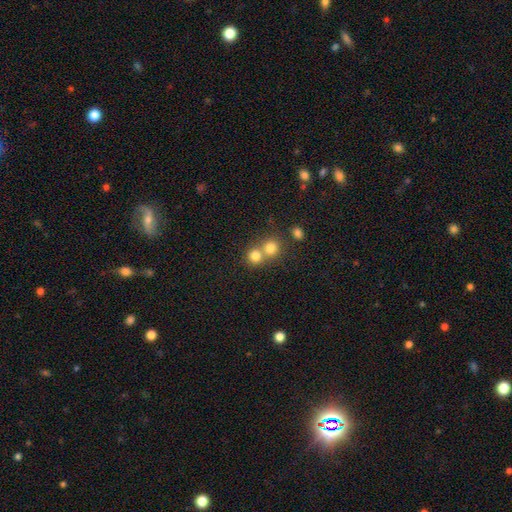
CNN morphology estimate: smooth-or-featured: smooth: 79% | star or artifact: 12% | featured or disk: 9%
  how-rounded: round: 86% | in between: 13% | cigar-shaped: 1%
  merging: merger: 49% | none: 43% | minor disturbance: 5% | major disturbance: 2%